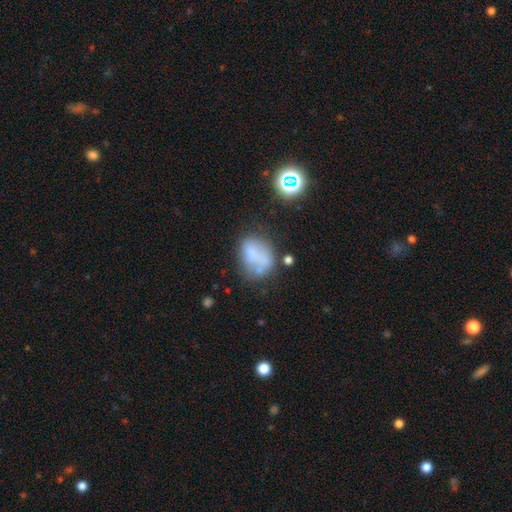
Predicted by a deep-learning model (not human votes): smooth_or_featured: smooth (p=0.58) [alt: featured or disk p=0.28]
how_rounded: in between (p=0.62) [alt: round p=0.37]
merging: none (p=0.38) [alt: minor disturbance p=0.25]